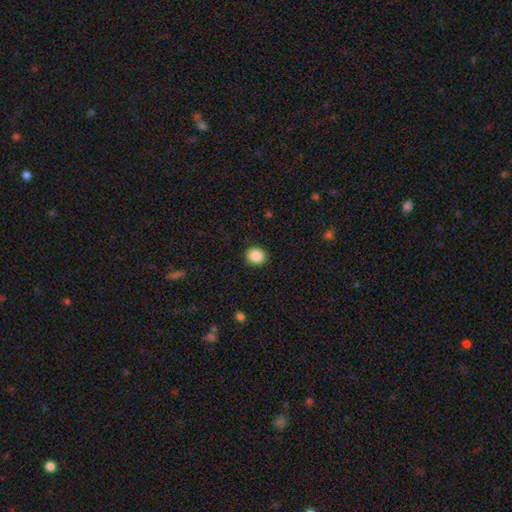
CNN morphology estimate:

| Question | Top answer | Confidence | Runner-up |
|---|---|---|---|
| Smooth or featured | smooth | 87% | star or artifact (9%) |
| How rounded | round | 80% | in between (20%) |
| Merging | none | 89% | minor disturbance (8%) |